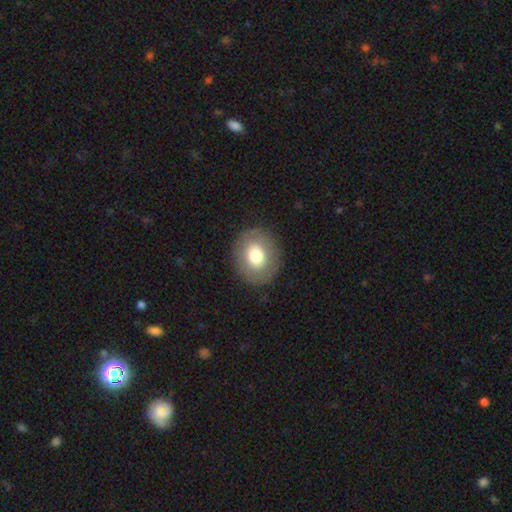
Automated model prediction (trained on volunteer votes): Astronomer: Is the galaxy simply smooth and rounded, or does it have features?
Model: smooth — 72%.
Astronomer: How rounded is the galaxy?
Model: round — 67%.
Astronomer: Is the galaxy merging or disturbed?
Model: none — 88%.